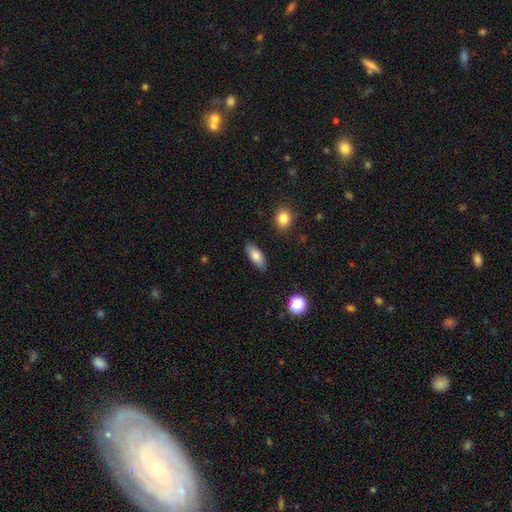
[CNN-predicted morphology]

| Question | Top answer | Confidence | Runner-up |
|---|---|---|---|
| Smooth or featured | smooth | 82% | featured or disk (11%) |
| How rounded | in between | 81% | cigar-shaped (16%) |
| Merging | none | 86% | minor disturbance (10%) |